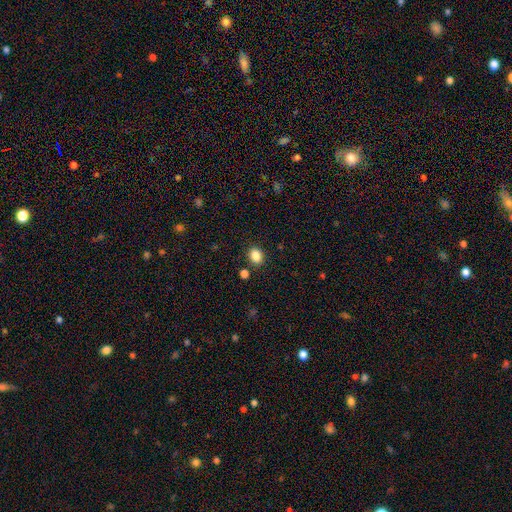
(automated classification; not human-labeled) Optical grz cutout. It shows a smooth galaxy with no disk features (86%) that is in between round and cigar-shaped (51%). Merging: none (85%).